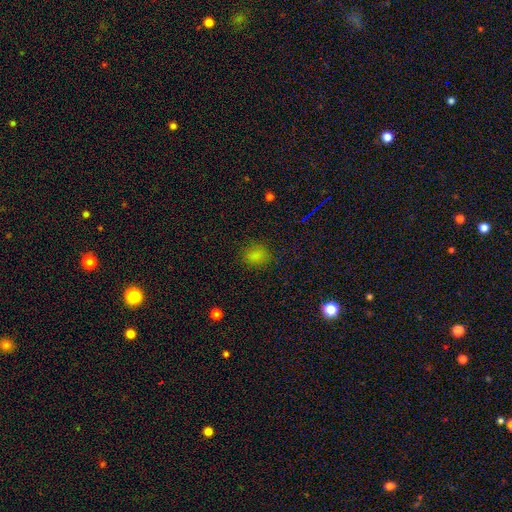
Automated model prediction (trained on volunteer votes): smooth 74%, star or artifact 21%, featured or disk 5%. Down the decision tree: how rounded — round (64%); merging — none (84%).